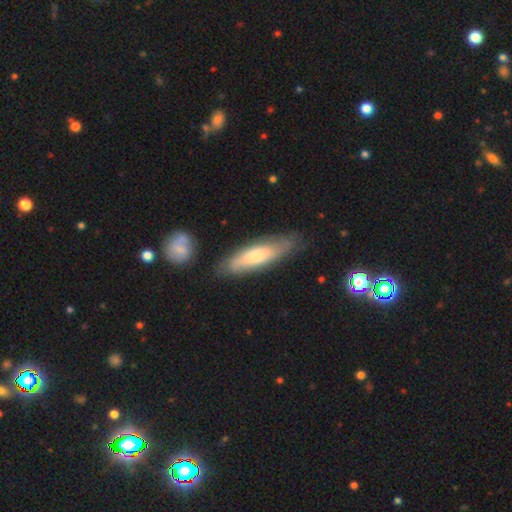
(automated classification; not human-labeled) Morphology: type=smooth (54%); roundness=cigar-shaped (64%); merging=none (73%).